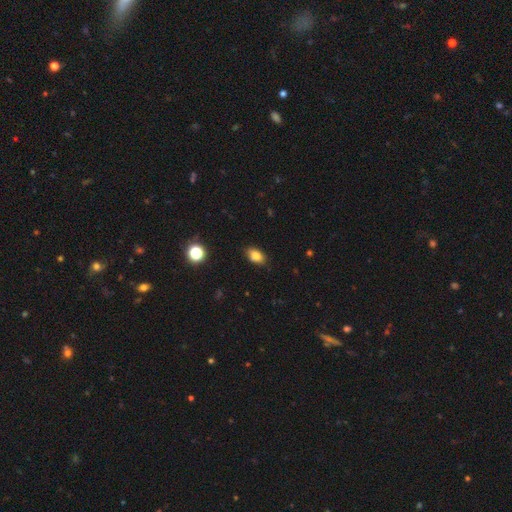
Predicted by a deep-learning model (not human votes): Smooth or featured? smooth (82%)
How rounded? in between (86%)
Merging? none (87%)